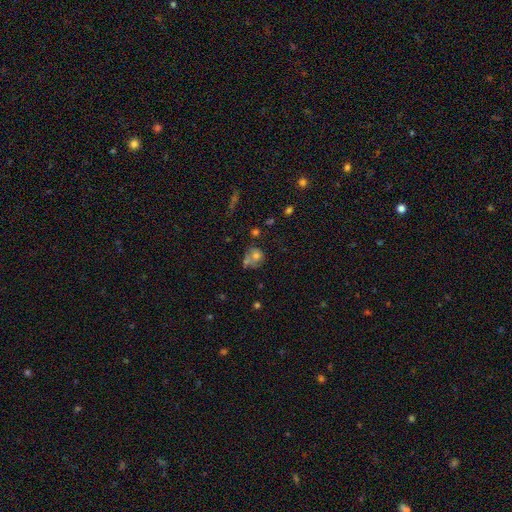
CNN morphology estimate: type=smooth (64%); roundness=round (70%); merging=none (36%).